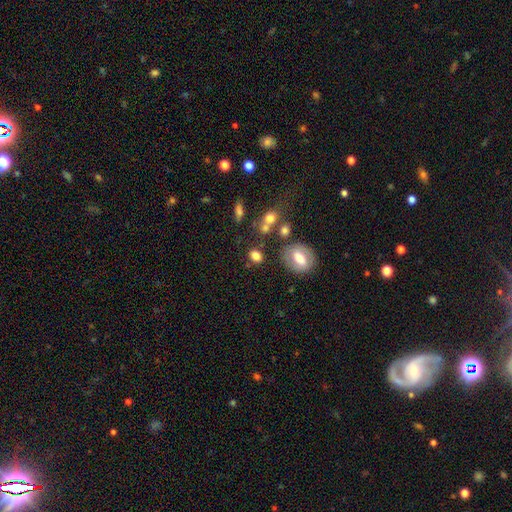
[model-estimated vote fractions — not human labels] Q: Smooth or featured?
A: smooth (79%); runner-up: star or artifact (11%)
Q: How rounded?
A: in between (57%); runner-up: round (41%)
Q: Merging?
A: none (66%); runner-up: minor disturbance (15%)